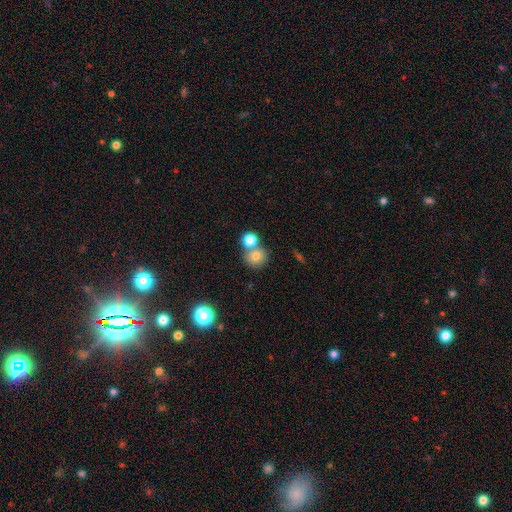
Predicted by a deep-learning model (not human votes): smooth_or_featured: smooth (p=0.77) [alt: star or artifact p=0.12]
how_rounded: round (p=0.85) [alt: in between p=0.14]
merging: none (p=0.50) [alt: merger p=0.40]